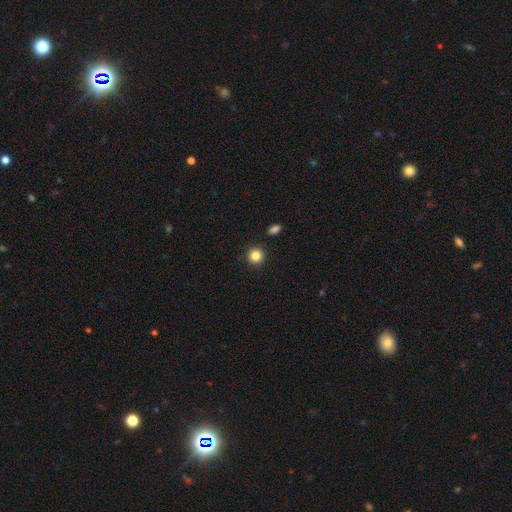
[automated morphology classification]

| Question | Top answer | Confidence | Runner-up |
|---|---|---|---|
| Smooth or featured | smooth | 85% | star or artifact (11%) |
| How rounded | round | 93% | in between (6%) |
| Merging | none | 91% | minor disturbance (5%) |